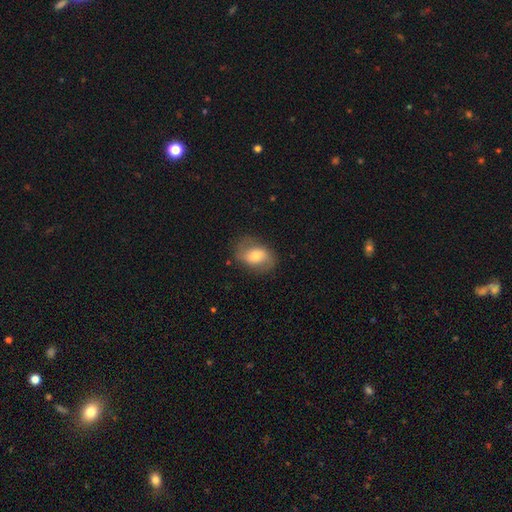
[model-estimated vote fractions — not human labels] A smooth galaxy with no disk features (57%) that is in between round and cigar-shaped (74%).

Vote fractions:
- Smooth or featured? smooth: 57% / featured or disk: 36% / star or artifact: 8%
- How rounded? in between: 74% / round: 24% / cigar-shaped: 2%
- Merging? none: 72% / minor disturbance: 19% / major disturbance: 8% / merger: 1%